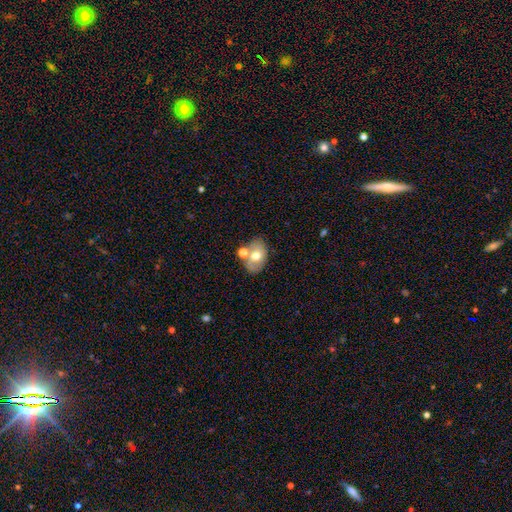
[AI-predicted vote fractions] smooth 60%, featured or disk 32%, star or artifact 8%. Down the decision tree: how rounded — in between (81%); merging — none (63%).